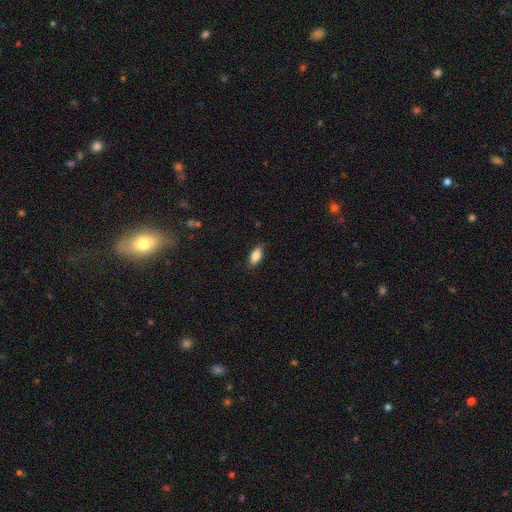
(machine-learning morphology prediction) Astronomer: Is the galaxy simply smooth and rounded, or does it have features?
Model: smooth — 83%.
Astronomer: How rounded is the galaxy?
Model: in between — 83%.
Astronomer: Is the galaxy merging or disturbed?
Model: none — 86%.